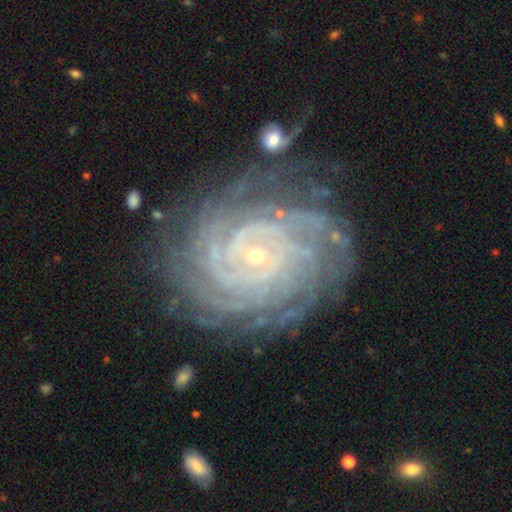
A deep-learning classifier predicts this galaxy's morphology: featured or disk 92%, star or artifact 5%, smooth 3%. Down the decision tree: edge-on disk — no (98%); bar — no (66%); spiral arms — yes (99%); spiral arm count — more than 4 (27%); spiral winding — tight (86%); bulge size — small (84%); merging — none (75%).